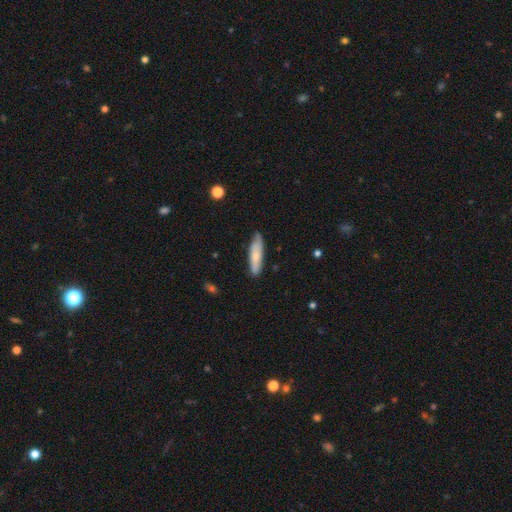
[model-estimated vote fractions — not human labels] This appears to be a smooth galaxy with no disk features (70%) that is cigar-shaped (72%). Merging: none (82%).